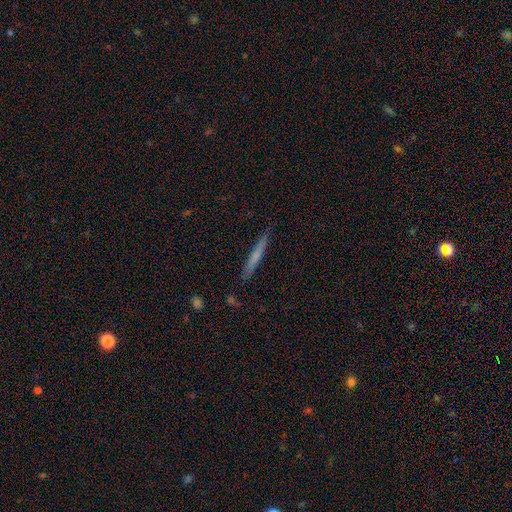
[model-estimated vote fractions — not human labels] Morphology: type=smooth (58%); roundness=cigar-shaped (96%); merging=none (87%).